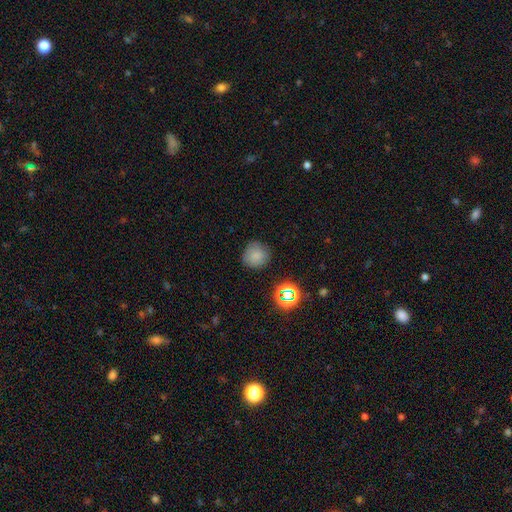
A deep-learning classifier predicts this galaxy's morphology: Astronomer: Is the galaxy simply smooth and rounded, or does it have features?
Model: smooth — 77%.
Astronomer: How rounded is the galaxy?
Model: round — 92%.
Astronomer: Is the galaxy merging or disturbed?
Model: none — 85%.